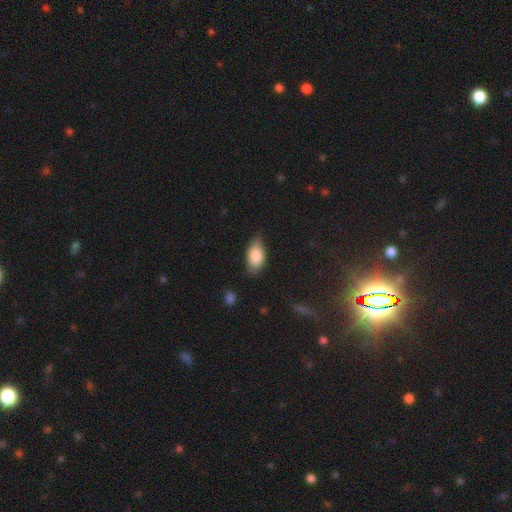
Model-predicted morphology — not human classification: This appears to be a smooth galaxy with no disk features (84%) that is in between round and cigar-shaped (92%). Merging: none (73%).